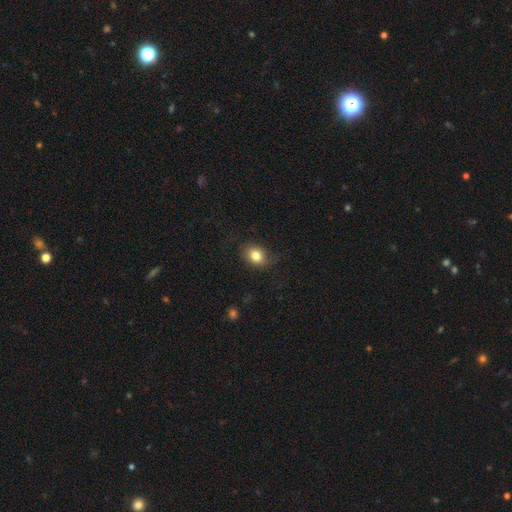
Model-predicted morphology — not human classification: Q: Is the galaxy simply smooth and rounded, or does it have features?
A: smooth — 82%.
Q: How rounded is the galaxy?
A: round — 50%.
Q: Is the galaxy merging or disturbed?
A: none — 75%.